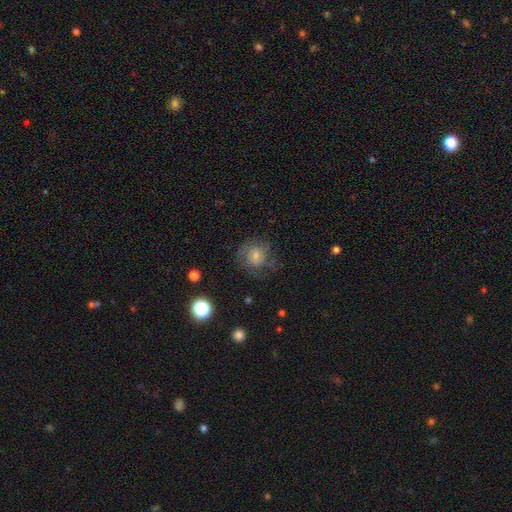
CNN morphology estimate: The model was most divided on "bulge size": small: 45%, moderate: 40%, none: 6%, large: 6%, dominant: 2%. More confident: edge-on disk — no (97%); spiral arms — yes (85%); merging — none (69%); bar — no (66%); smooth or featured — featured or disk (53%).